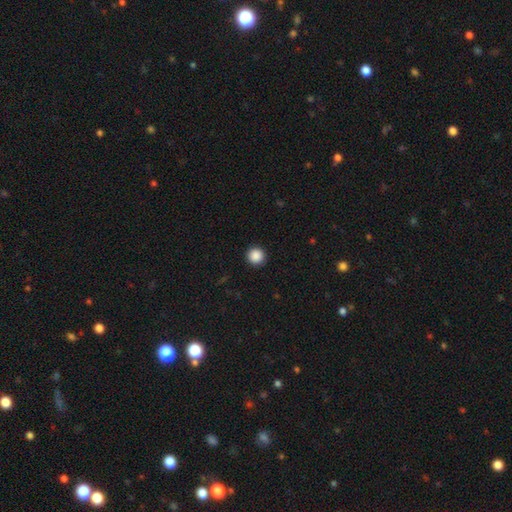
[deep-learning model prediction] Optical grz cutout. It shows a smooth galaxy with no disk features (89%) that is round (96%). Merging: none (93%).